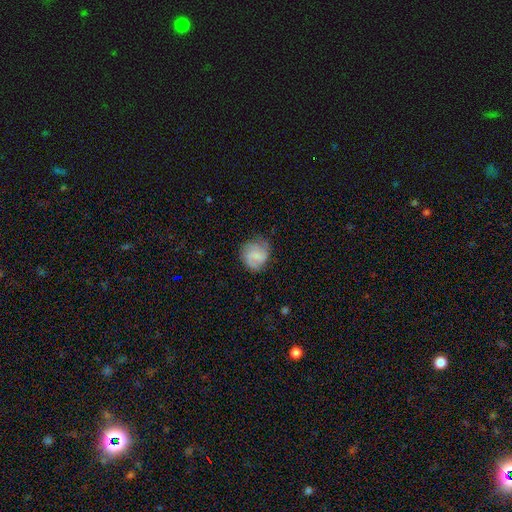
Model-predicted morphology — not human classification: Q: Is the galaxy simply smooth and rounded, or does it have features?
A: smooth — 55%.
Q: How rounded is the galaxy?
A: round — 80%.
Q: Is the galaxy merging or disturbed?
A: none — 66%.